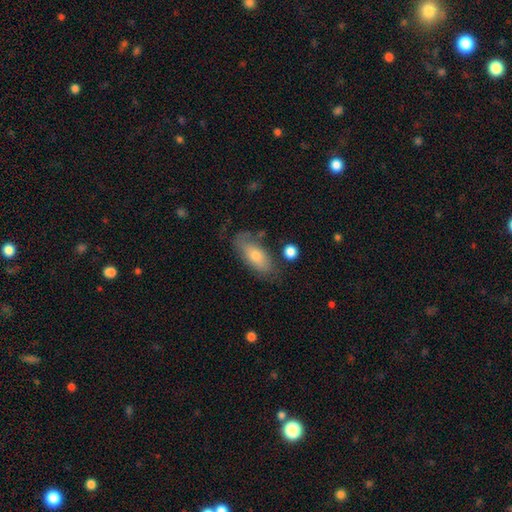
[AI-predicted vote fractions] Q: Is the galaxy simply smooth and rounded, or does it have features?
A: smooth — 66%.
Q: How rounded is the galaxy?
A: in between — 80%.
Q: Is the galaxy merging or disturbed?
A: none — 65%.